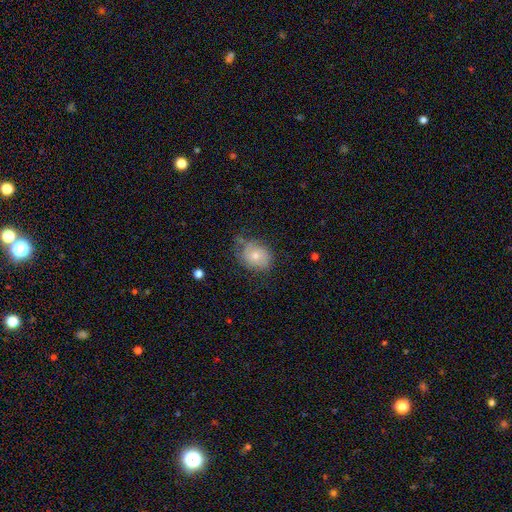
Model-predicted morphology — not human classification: Smooth or featured: smooth — 59% (featured or disk — 33%)
How rounded: in between — 50% (round — 49%)
Merging: none — 54% (minor disturbance — 30%)